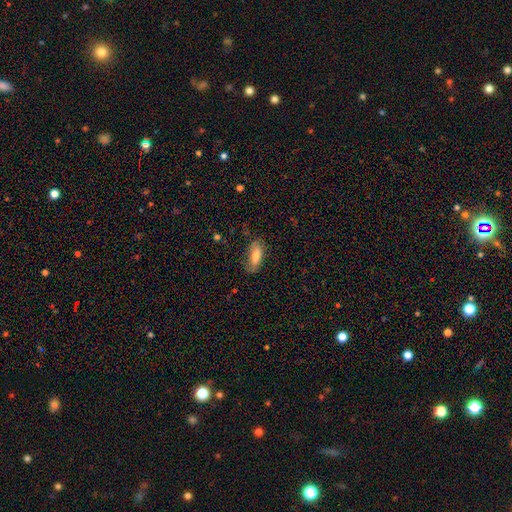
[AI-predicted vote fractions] This appears to be a smooth galaxy with no disk features (75%) that is in between round and cigar-shaped (72%). Merging: none (69%).